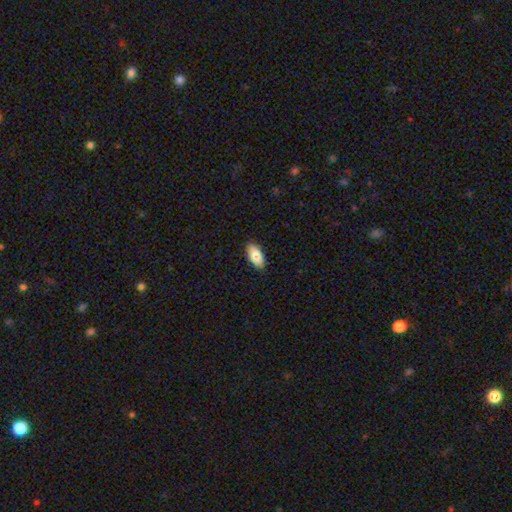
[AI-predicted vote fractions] This appears to be a smooth galaxy with no disk features (82%) that is in between round and cigar-shaped (92%). Merging: none (89%).